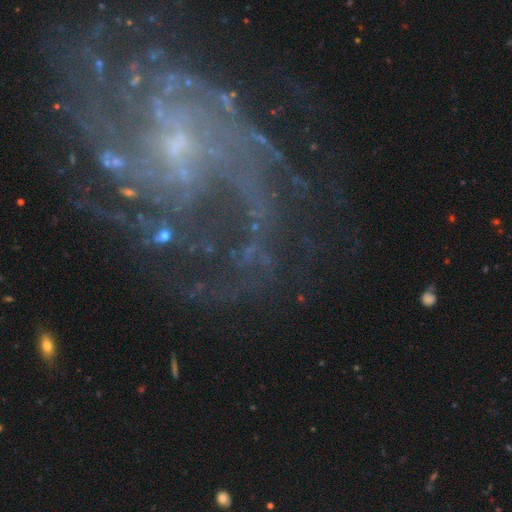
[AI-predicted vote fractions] Smooth or featured? Predicted: featured or disk (p=0.83). Edge-on disk? Predicted: no (p=0.98). Bar? Predicted: no (p=0.53). Spiral arms? Predicted: yes (p=0.90). Spiral winding? Predicted: medium (p=0.41). Spiral arm count? Predicted: can't tell (p=0.33). Bulge size? Predicted: small (p=0.68). Merging? Predicted: none (p=0.58).